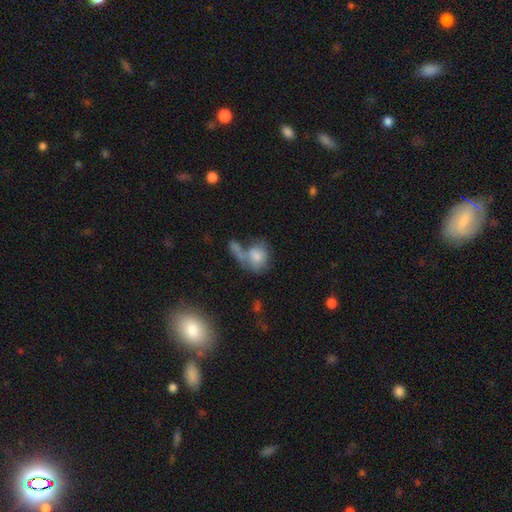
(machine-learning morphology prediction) Smooth or featured? smooth (73%)
How rounded? round (53%)
Merging? none (39%)